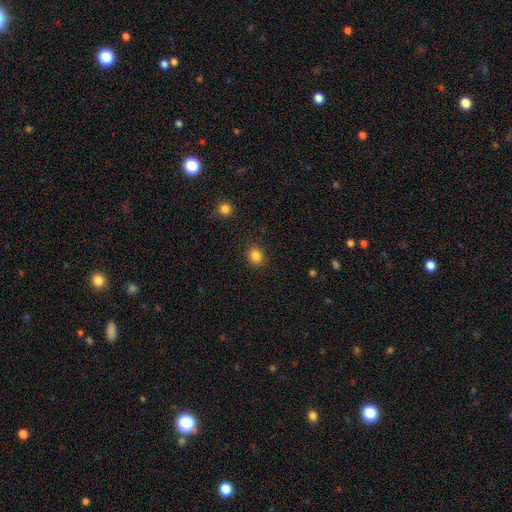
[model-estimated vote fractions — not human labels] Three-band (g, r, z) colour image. It shows a smooth galaxy with no disk features (85%) that is round (65%). Merging: none (87%).